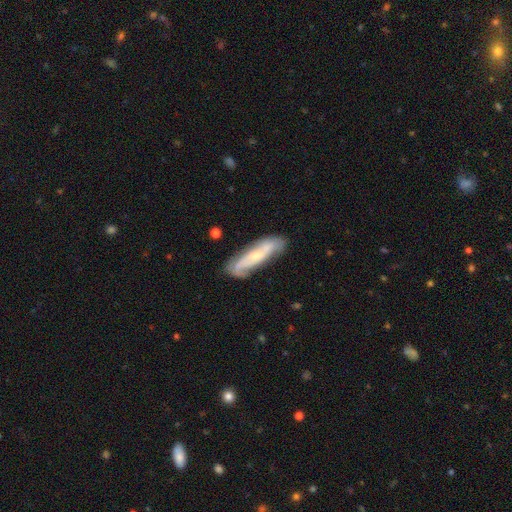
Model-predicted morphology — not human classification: featured or disk 69%, smooth 25%, star or artifact 6%. Down the decision tree: edge-on disk — no (76%); bar — no (53%); spiral arms — yes (88%); bulge size — small (61%); merging — none (73%).